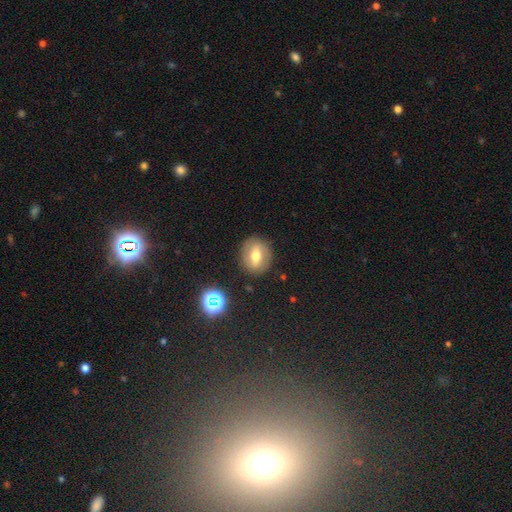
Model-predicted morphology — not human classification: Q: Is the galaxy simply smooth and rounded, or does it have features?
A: smooth — 53%.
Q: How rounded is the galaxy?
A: round — 57%.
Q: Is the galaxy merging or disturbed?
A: none — 85%.